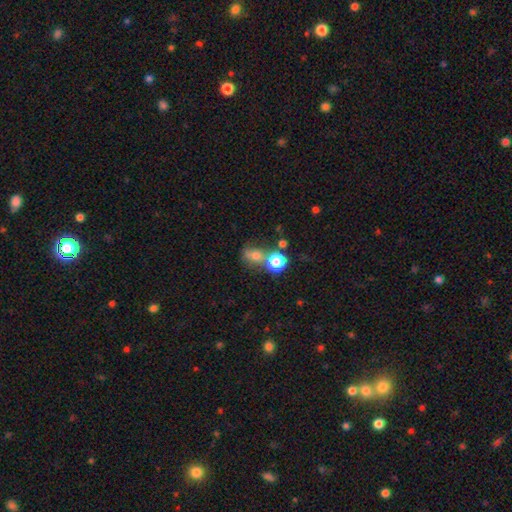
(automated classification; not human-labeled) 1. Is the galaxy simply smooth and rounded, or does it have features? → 65% smooth, 20% star or artifact, 15% featured or disk.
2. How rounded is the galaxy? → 58% round, 40% in between, 2% cigar-shaped.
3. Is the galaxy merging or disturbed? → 46% none, 28% merger, 15% minor disturbance, 10% major disturbance.